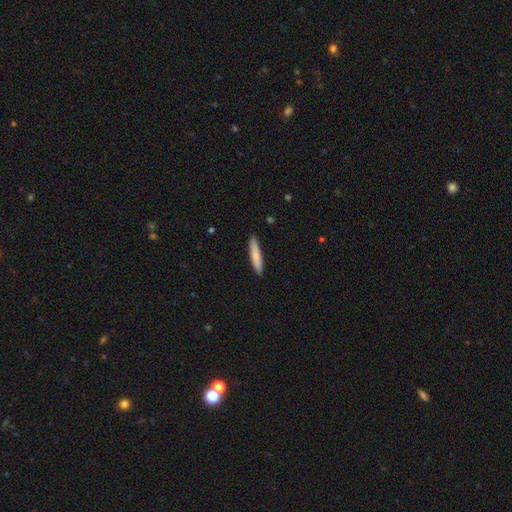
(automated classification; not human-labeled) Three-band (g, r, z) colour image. It shows a smooth galaxy with no disk features (80%) that is cigar-shaped (89%). Merging: none (89%).